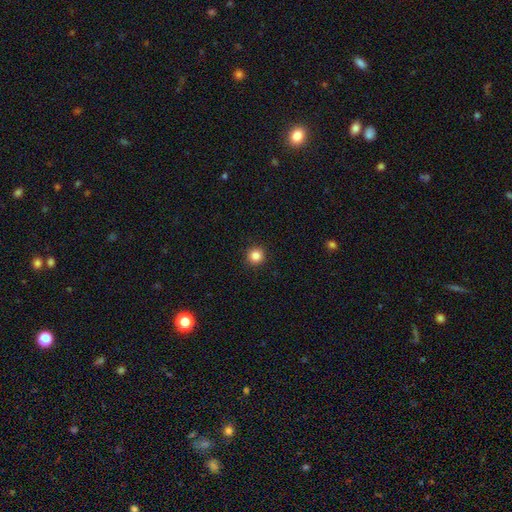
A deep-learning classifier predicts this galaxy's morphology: smooth-or-featured: smooth: 85% | star or artifact: 11% | featured or disk: 4%
  how-rounded: round: 94% | in between: 5% | cigar-shaped: 1%
  merging: none: 93% | minor disturbance: 5% | major disturbance: 2% | merger: 1%